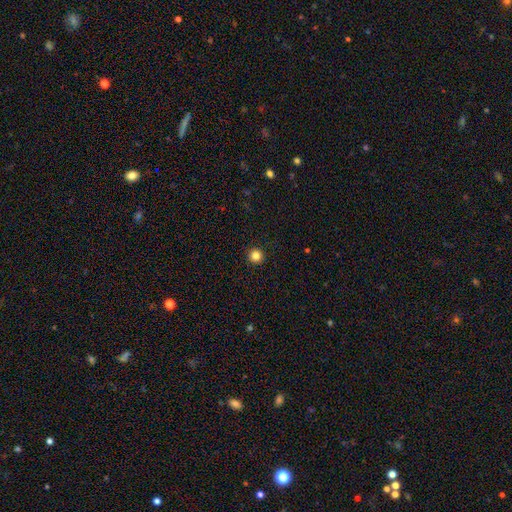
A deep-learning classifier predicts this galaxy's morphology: This is clearly a smooth galaxy (83%). How rounded: clearly round (96%). Merging: clearly none (94%).